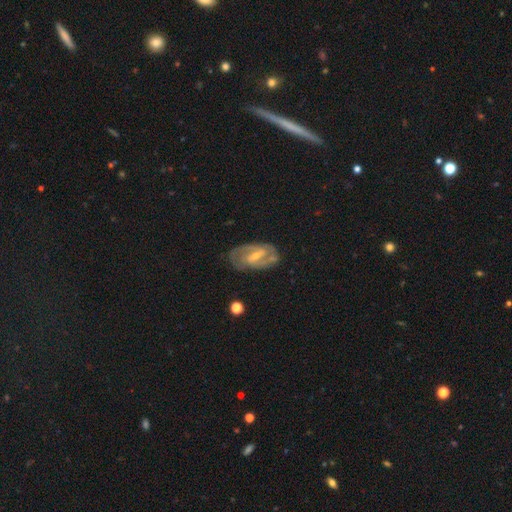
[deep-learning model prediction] Smooth or featured? featured or disk (81%)
Edge-on disk? no (95%)
Bar? weak (46%)
Spiral arms? yes (86%)
Spiral winding? medium (45%)
Spiral arm count? 2 (71%)
Bulge size? small (56%)
Merging? none (68%)